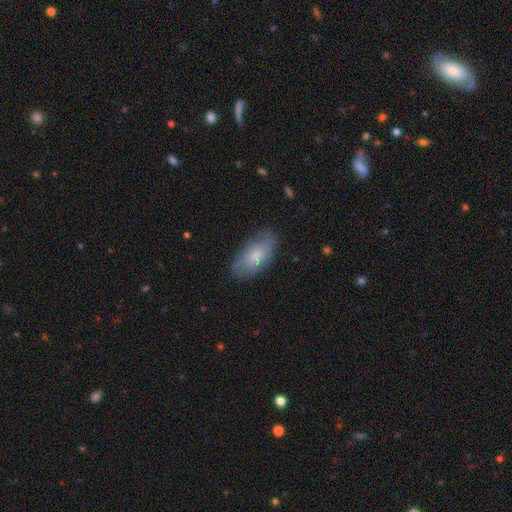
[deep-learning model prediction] Smooth or featured?
  - smooth: 71% *
  - featured or disk: 23%
  - star or artifact: 6%
How rounded?
  - in between: 91% *
  - cigar-shaped: 6%
  - round: 3%
Merging?
  - none: 76% *
  - minor disturbance: 18%
  - major disturbance: 4%
  - merger: 1%